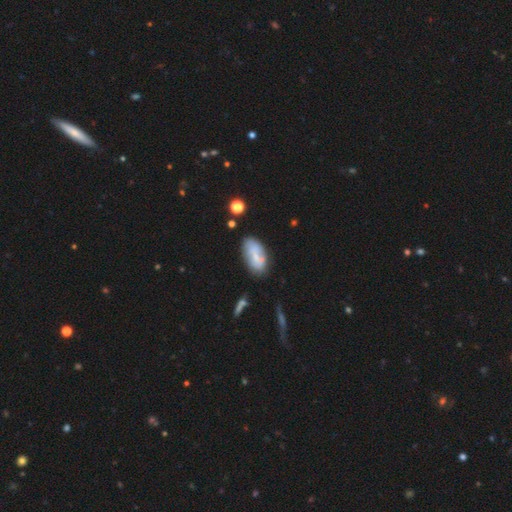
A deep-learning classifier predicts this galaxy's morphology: A smooth galaxy with no disk features (59%) that is in between round and cigar-shaped (92%). Merging: none (61%).